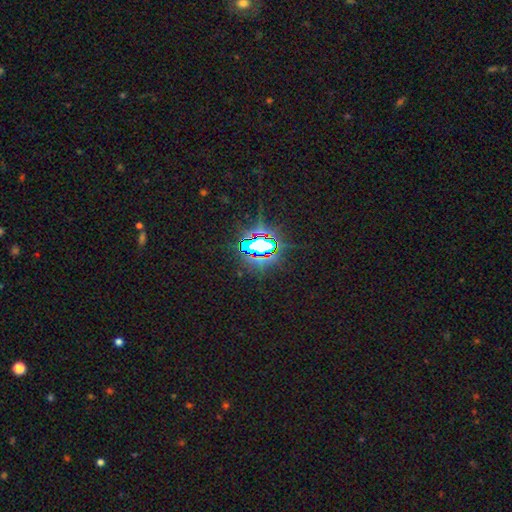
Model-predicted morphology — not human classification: star or artifact 82%, smooth 10%, featured or disk 7%.